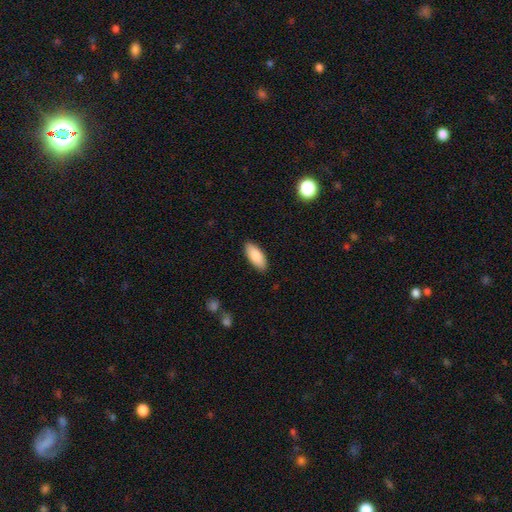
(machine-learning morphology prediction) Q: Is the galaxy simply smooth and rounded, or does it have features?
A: smooth — 87%.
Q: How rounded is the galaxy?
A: in between — 85%.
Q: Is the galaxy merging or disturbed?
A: none — 88%.